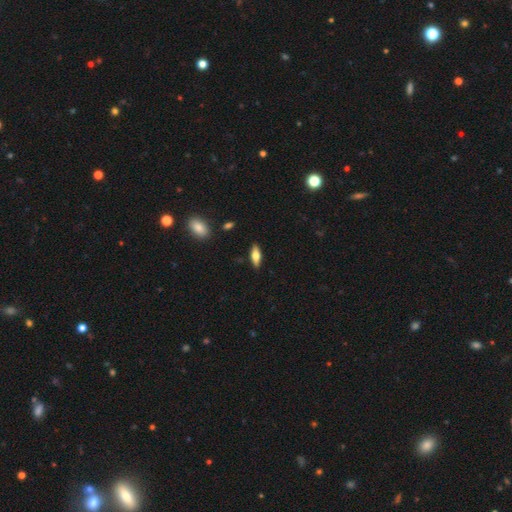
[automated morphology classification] Overall: smooth (59%; featured or disk 35%). How rounded: in between (64%; cigar-shaped 33%). Merging: none (88%).